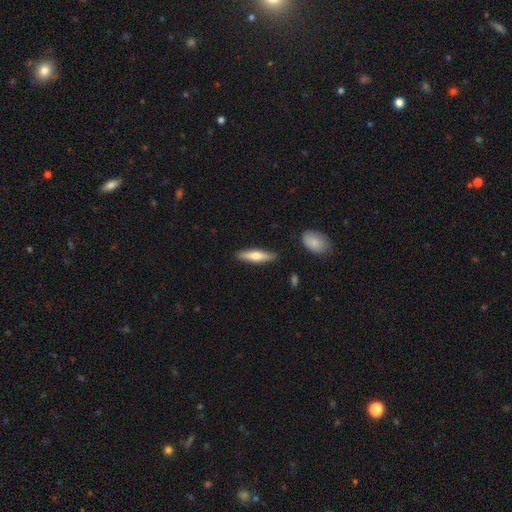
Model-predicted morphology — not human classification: Smooth or featured? Predicted: smooth (p=0.60). How rounded? Predicted: cigar-shaped (p=0.77). Merging? Predicted: none (p=0.87).